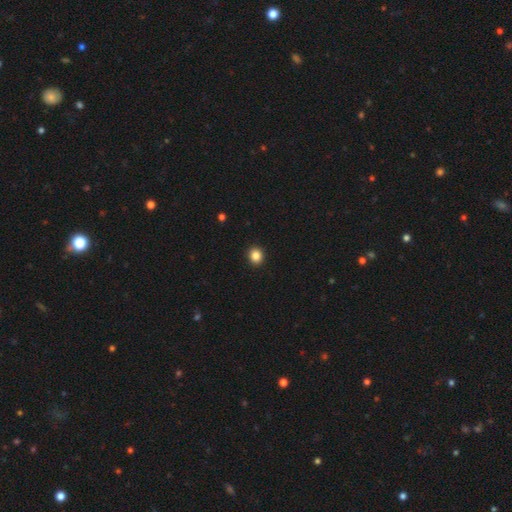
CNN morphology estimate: Smooth or featured? smooth (86%)
How rounded? round (81%)
Merging? none (93%)